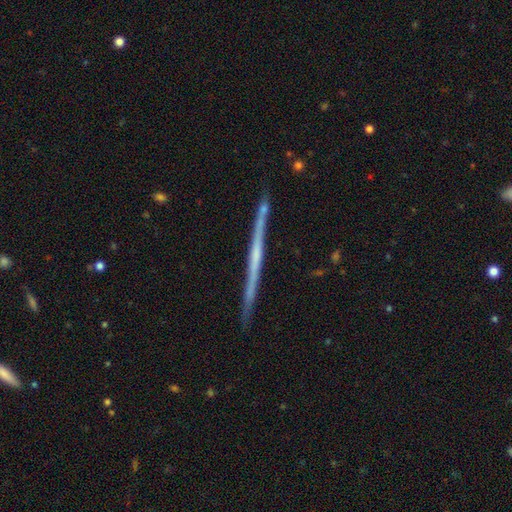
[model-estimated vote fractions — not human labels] The model was most divided on "edge-on bulge": none: 72%, rounded: 21%, boxy: 7%. More confident: edge-on disk — yes (98%); merging — none (88%); smooth or featured — featured or disk (73%).